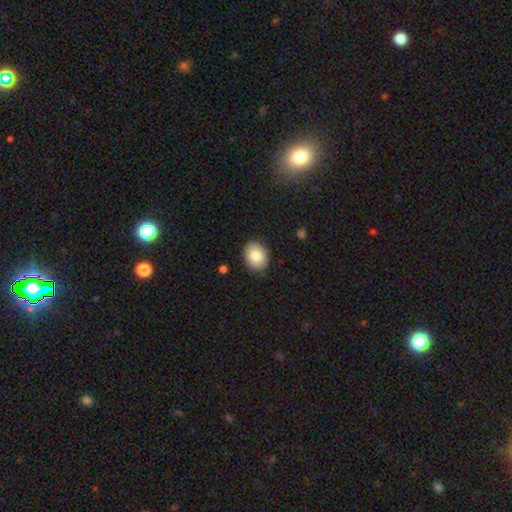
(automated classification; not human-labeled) Q: Smooth or featured?
A: smooth (84%); runner-up: featured or disk (9%)
Q: How rounded?
A: in between (62%); runner-up: round (37%)
Q: Merging?
A: none (86%); runner-up: minor disturbance (11%)